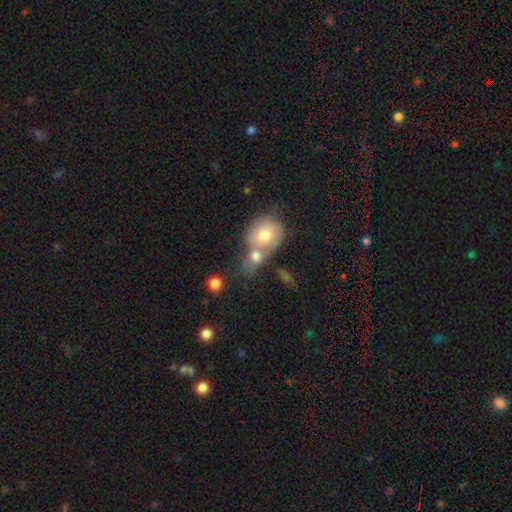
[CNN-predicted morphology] Smooth or featured? Predicted: smooth (p=0.72). How rounded? Predicted: round (p=0.51). Merging? Predicted: merger (p=0.62).